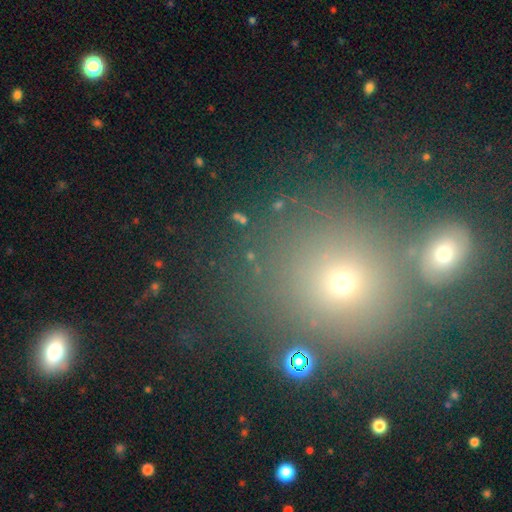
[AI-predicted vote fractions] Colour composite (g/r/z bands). It shows a smooth galaxy with no disk features (53%) that is round (85%). Merging: none (68%).